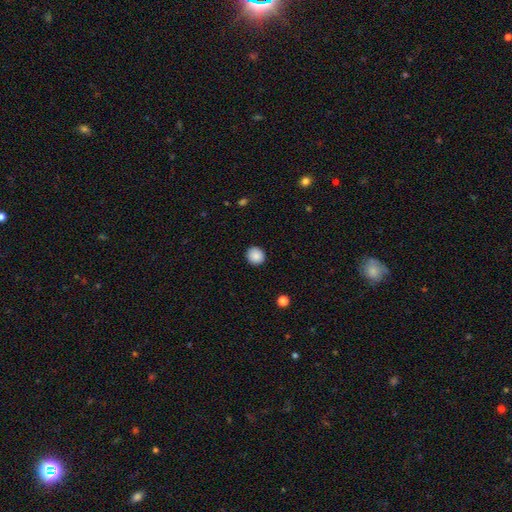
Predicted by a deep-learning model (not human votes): Smooth or featured? Predicted: smooth (p=0.88). How rounded? Predicted: round (p=0.88). Merging? Predicted: none (p=0.91).